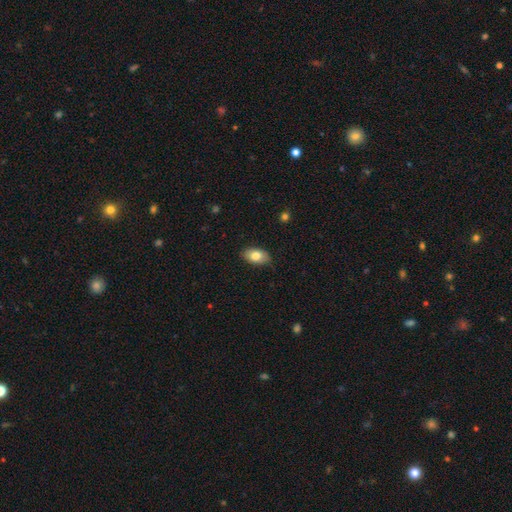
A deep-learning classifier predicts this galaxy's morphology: Smooth or featured? smooth (81%)
How rounded? in between (93%)
Merging? none (85%)